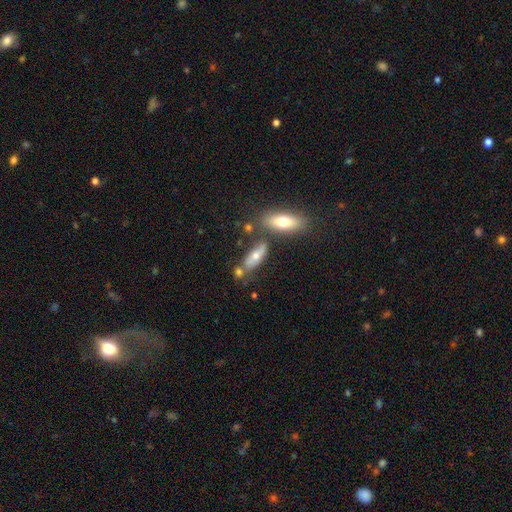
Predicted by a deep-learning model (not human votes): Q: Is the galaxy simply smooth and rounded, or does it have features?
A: smooth — 58%.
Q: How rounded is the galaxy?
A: in between — 64%.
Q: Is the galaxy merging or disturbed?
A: none — 58%.